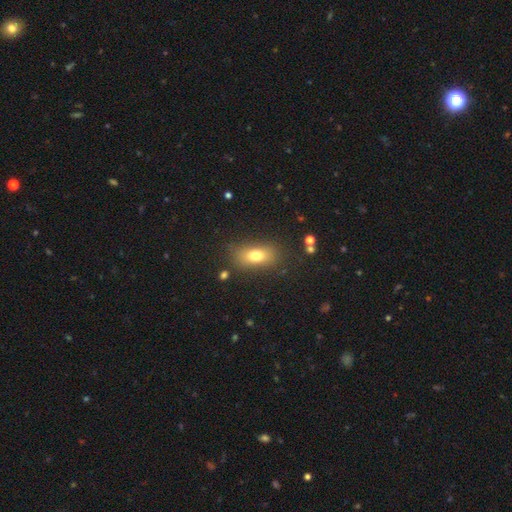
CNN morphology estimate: smooth_or_featured: smooth (p=0.75) [alt: featured or disk p=0.14]
how_rounded: in between (p=0.81) [alt: round p=0.13]
merging: none (p=0.79) [alt: minor disturbance p=0.13]